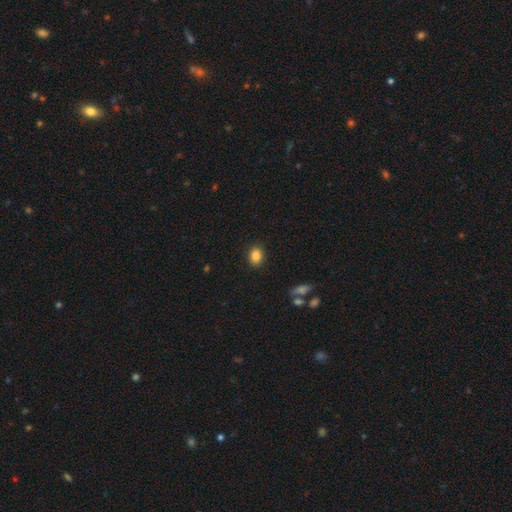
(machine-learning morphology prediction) A smooth galaxy with no disk features (86%) that is in between round and cigar-shaped (63%).

Vote fractions:
- Smooth or featured? smooth: 86% / star or artifact: 9% / featured or disk: 5%
- How rounded? in between: 63% / round: 36% / cigar-shaped: 1%
- Merging? none: 89% / minor disturbance: 7% / major disturbance: 2% / merger: 1%